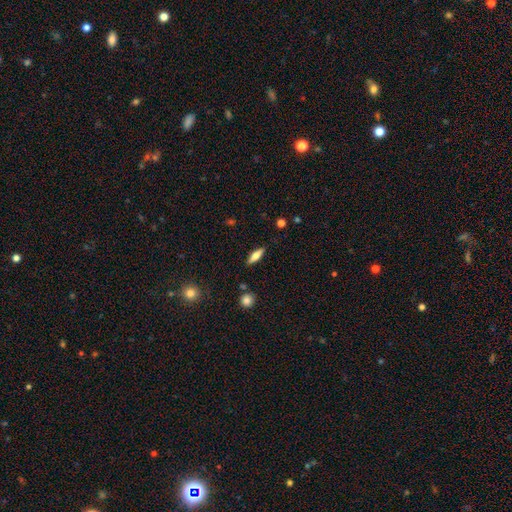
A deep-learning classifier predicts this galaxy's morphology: Smooth or featured? Predicted: smooth (p=0.61). How rounded? Predicted: cigar-shaped (p=0.55). Merging? Predicted: none (p=0.87).